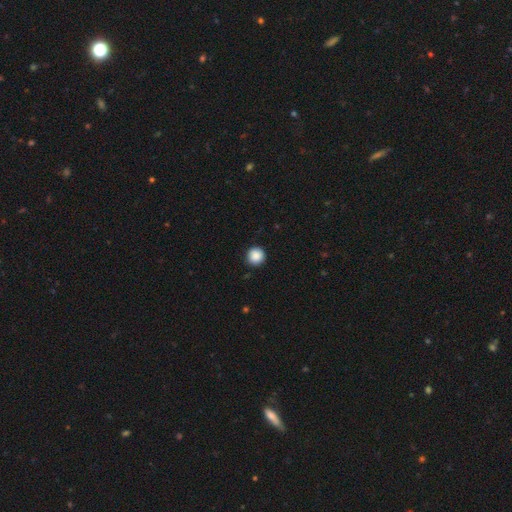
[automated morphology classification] smooth 87%, star or artifact 9%, featured or disk 4%. Down the decision tree: how rounded — round (96%); merging — none (92%).